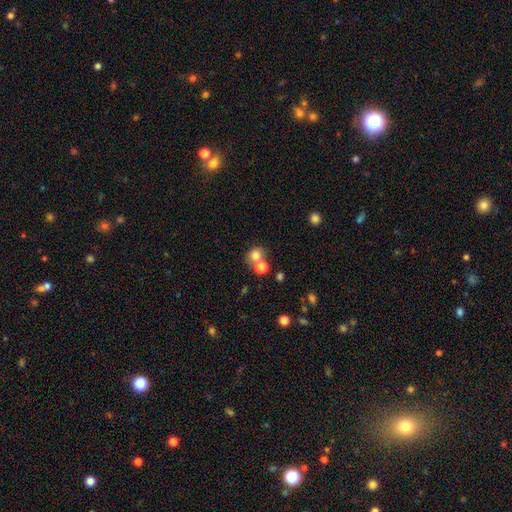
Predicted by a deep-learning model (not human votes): A smooth galaxy with no disk features (77%) that is round (79%).

Vote fractions:
- Smooth or featured? smooth: 77% / star or artifact: 13% / featured or disk: 10%
- How rounded? round: 79% / in between: 20% / cigar-shaped: 1%
- Merging? none: 51% / merger: 38% / minor disturbance: 8% / major disturbance: 3%